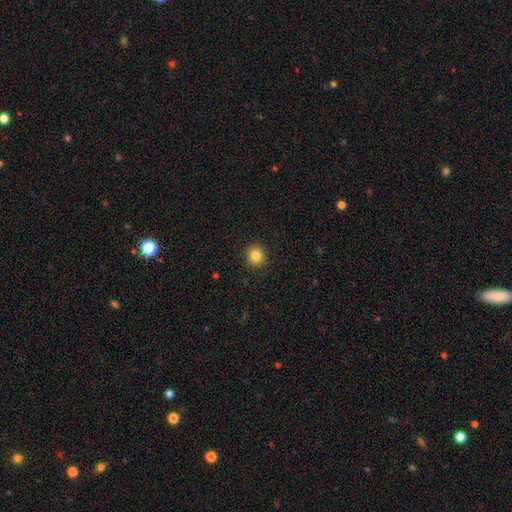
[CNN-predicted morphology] A smooth galaxy with no disk features (84%) that is round (91%).

Vote fractions:
- Smooth or featured? smooth: 84% / star or artifact: 11% / featured or disk: 5%
- How rounded? round: 91% / in between: 8% / cigar-shaped: 1%
- Merging? none: 92% / minor disturbance: 5% / major disturbance: 2% / merger: 1%